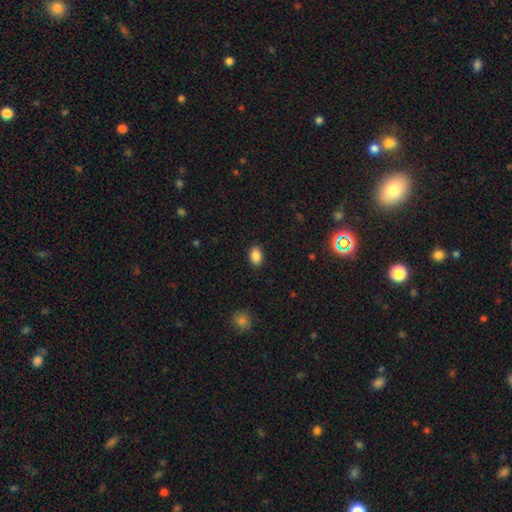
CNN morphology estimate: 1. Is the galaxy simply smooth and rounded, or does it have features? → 88% smooth, 8% star or artifact, 4% featured or disk.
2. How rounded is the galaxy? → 83% in between, 16% round, 1% cigar-shaped.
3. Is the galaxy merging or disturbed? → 89% none, 8% minor disturbance, 2% major disturbance, 1% merger.